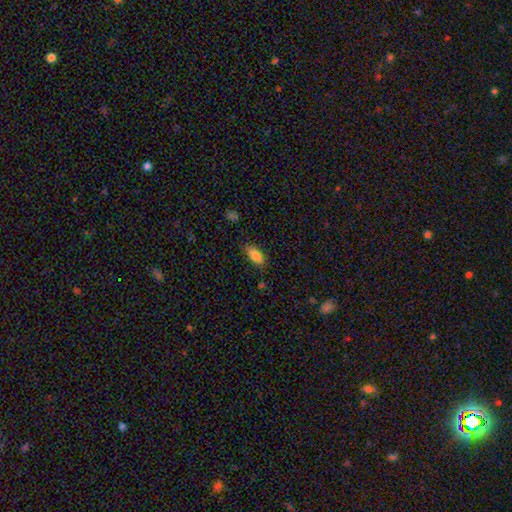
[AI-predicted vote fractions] This appears to be a smooth galaxy with no disk features (82%) that is in between round and cigar-shaped (85%). Merging: none (77%).